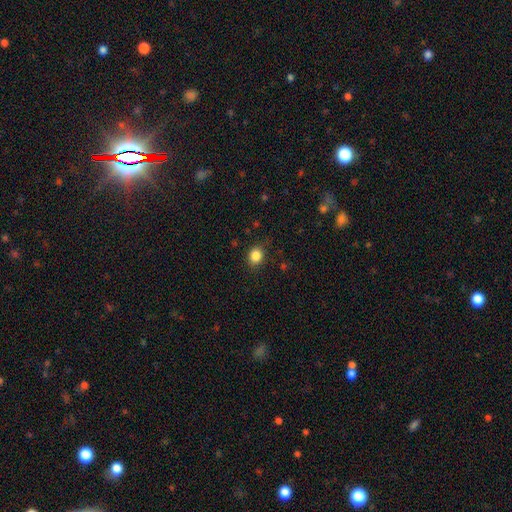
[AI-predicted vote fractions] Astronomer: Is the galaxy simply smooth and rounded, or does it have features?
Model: smooth — 85%.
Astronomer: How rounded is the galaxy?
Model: round — 58% (runner-up: in between, 41%).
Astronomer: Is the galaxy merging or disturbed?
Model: none — 84%.